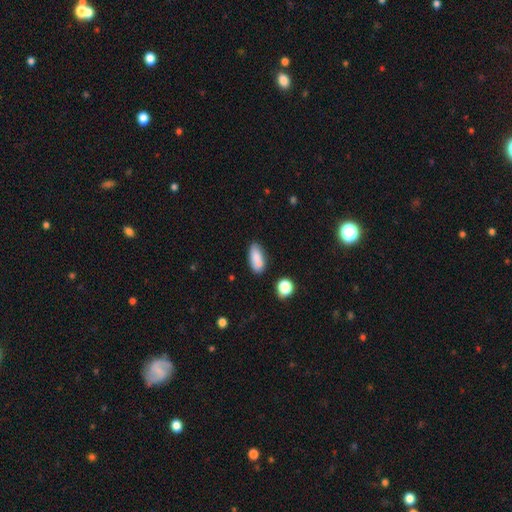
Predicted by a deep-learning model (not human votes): smooth 81%, featured or disk 11%, star or artifact 8%. Down the decision tree: how rounded — in between (84%); merging — none (66%).